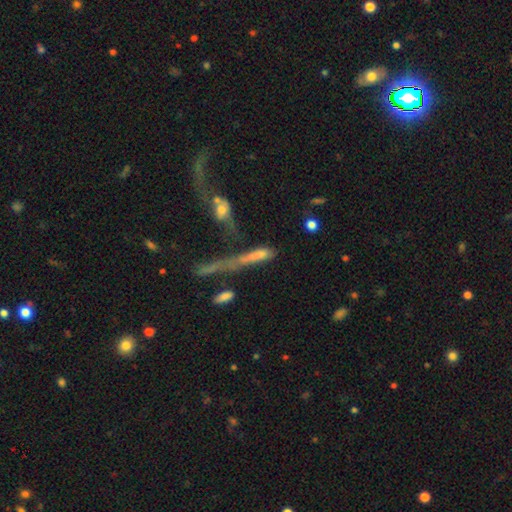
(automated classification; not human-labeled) This is possibly a smooth galaxy (58%). How rounded: likely cigar-shaped (65%). Merging: marginally merger (34%).